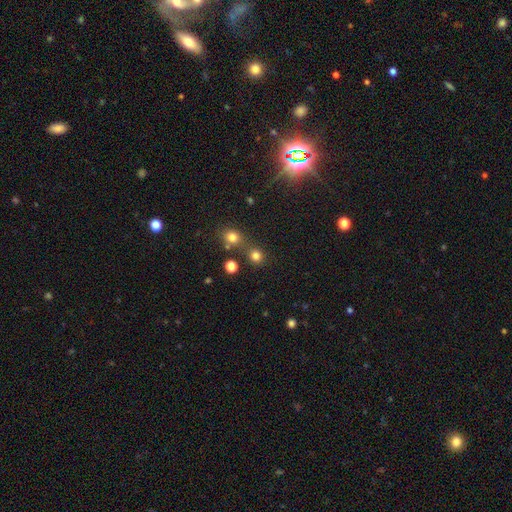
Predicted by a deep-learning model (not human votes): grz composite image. It shows a smooth galaxy with no disk features (78%) that is round (87%). Merging: none (66%).